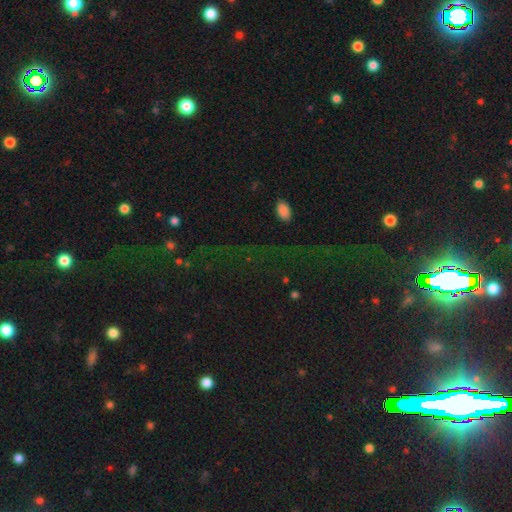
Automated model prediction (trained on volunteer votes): Smooth or featured? star or artifact (79%)